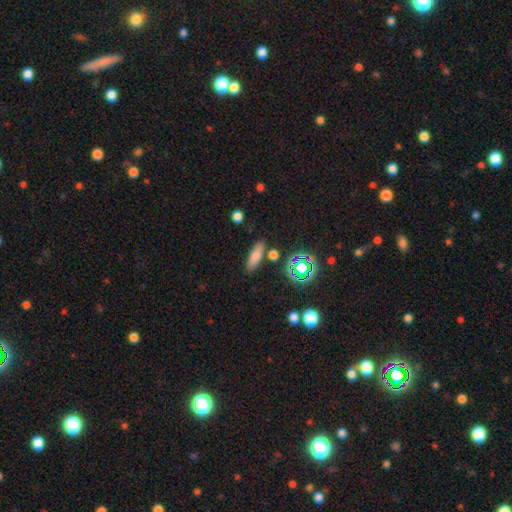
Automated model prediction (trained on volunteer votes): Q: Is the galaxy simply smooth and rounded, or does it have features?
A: smooth — 69%.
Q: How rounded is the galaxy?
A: in between — 54%.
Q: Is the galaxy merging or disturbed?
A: none — 80%.